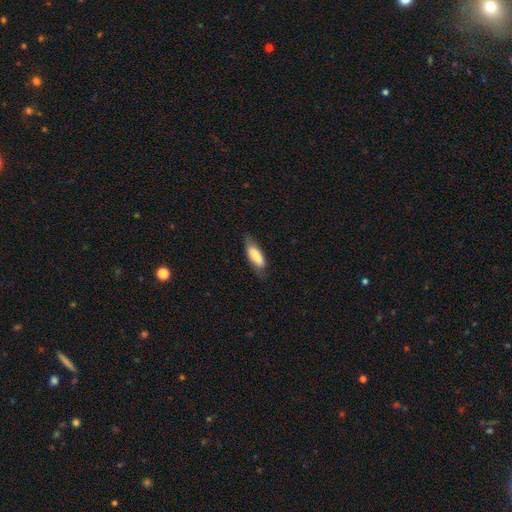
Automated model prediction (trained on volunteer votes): The model was most divided on "how rounded": in between: 66%, cigar-shaped: 32%, round: 2%. More confident: smooth or featured — smooth (79%); merging — none (69%).